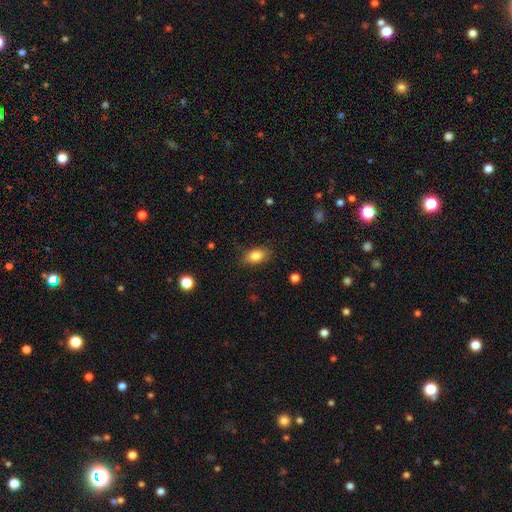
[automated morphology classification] This is clearly a smooth galaxy (84%). How rounded: clearly in between (87%). Merging: clearly none (83%).